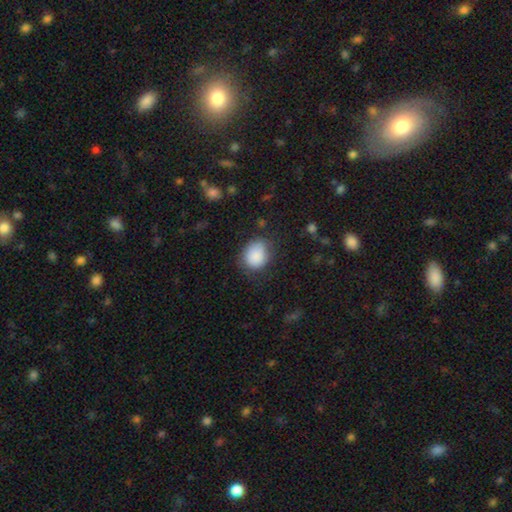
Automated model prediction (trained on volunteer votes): Q: Smooth or featured?
A: smooth (87%); runner-up: star or artifact (8%)
Q: How rounded?
A: round (50%); runner-up: in between (49%)
Q: Merging?
A: none (67%); runner-up: minor disturbance (23%)